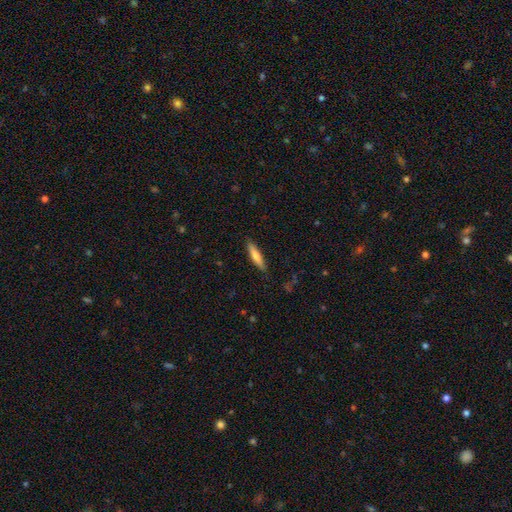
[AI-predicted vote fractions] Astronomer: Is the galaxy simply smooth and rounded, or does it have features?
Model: smooth — 66%.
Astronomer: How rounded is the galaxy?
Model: cigar-shaped — 81%.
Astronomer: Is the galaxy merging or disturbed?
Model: none — 87%.